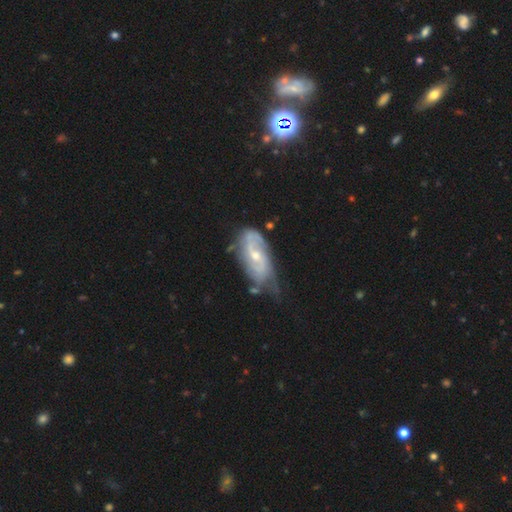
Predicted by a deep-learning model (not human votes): Morphology: type=featured or disk (80%); edge-on=no (93%); bar=no (46%); spiral arms=yes (91%); winding=medium (41%); arm count=2 (62%); bulge=small (56%); merging=none (52%).